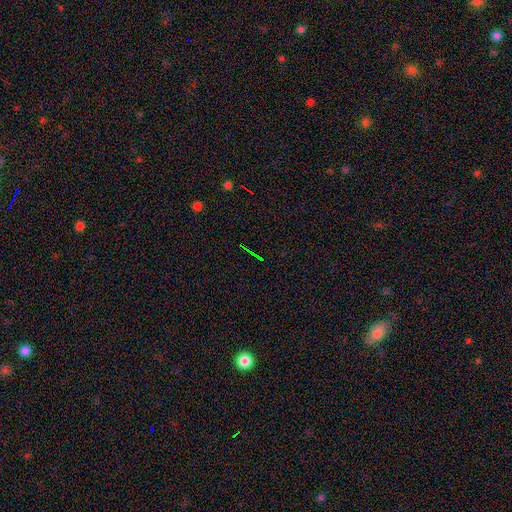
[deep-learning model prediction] Smooth or featured? star or artifact (75%)